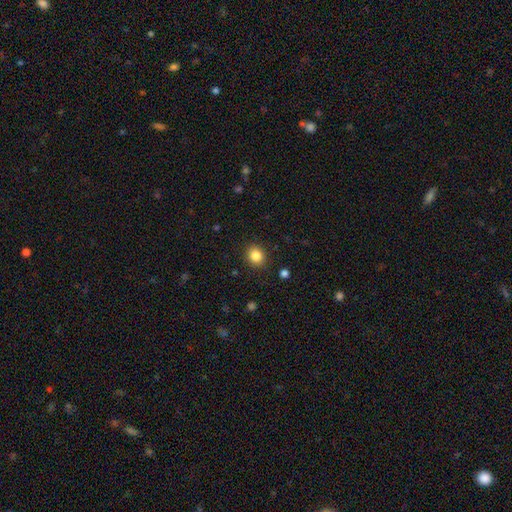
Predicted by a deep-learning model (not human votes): Smooth or featured: smooth — 84% (star or artifact — 11%)
How rounded: round — 78% (in between — 21%)
Merging: none — 89% (minor disturbance — 7%)